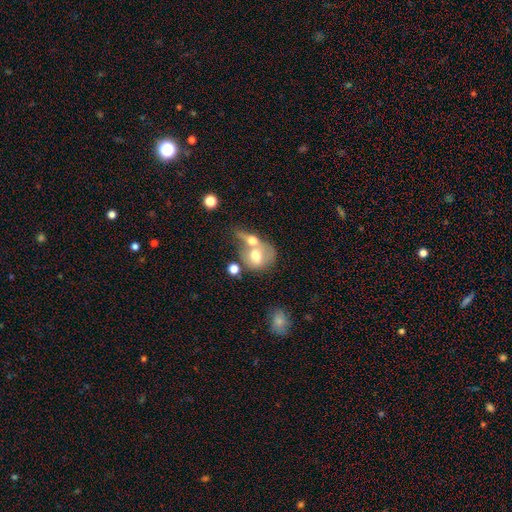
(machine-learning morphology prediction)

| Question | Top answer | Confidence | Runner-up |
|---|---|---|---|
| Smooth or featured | smooth | 60% | featured or disk (32%) |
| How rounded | round | 55% | in between (42%) |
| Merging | merger | 63% | none (21%) |